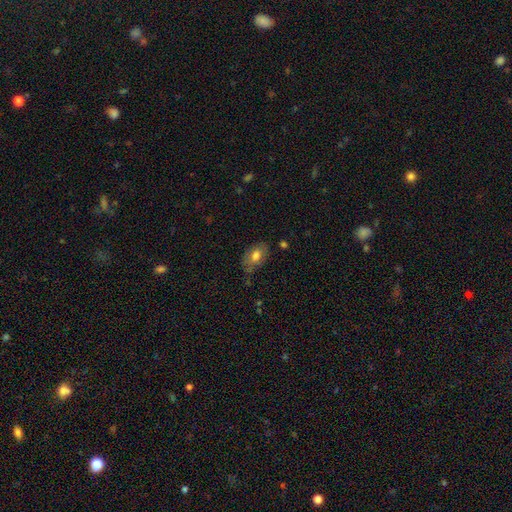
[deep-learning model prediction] smooth 71%, featured or disk 21%, star or artifact 8%. Down the decision tree: how rounded — in between (87%); merging — none (65%).